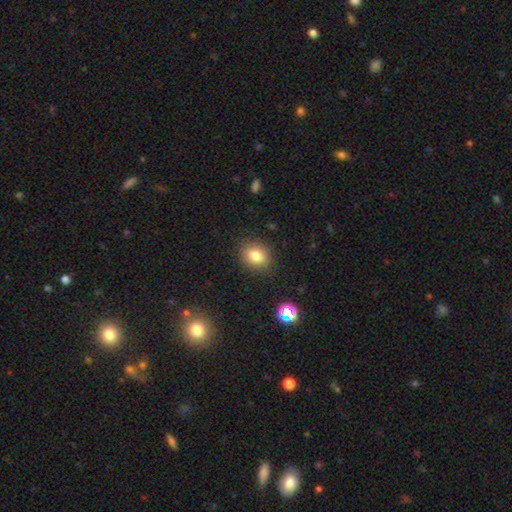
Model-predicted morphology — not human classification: Smooth or featured? smooth (81%)
How rounded? round (56%)
Merging? none (87%)